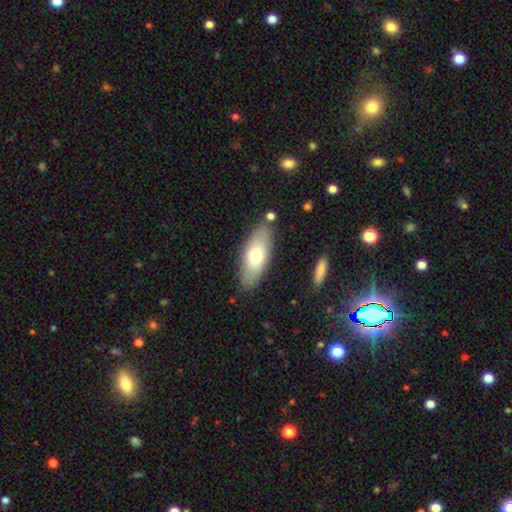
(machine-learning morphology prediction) smooth_or_featured: smooth (p=0.71) [alt: featured or disk p=0.23]
how_rounded: in between (p=0.77) [alt: cigar-shaped p=0.21]
merging: none (p=0.82) [alt: minor disturbance p=0.12]